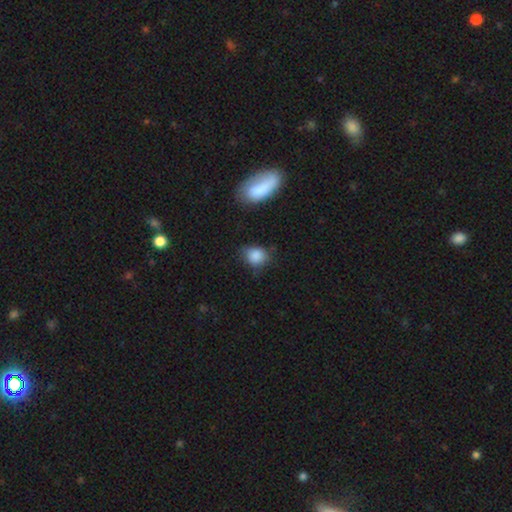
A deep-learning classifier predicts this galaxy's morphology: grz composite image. It shows a smooth galaxy with no disk features (85%) that is round (57%). Merging: none (63%).